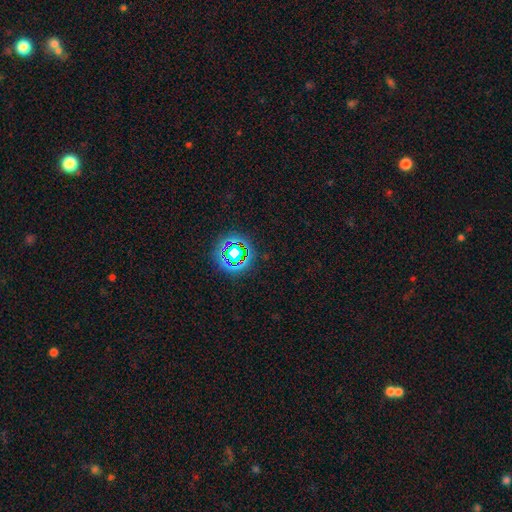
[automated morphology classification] A star or artifact, not a galaxy (73%).